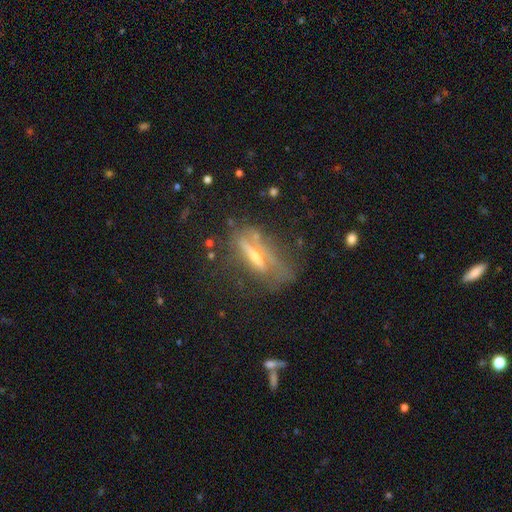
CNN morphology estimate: A featured or disk galaxy (63%) viewed edge-on (73%). Merging: none (53%).